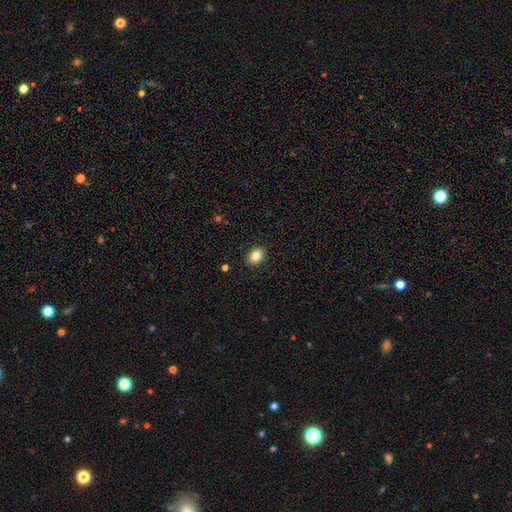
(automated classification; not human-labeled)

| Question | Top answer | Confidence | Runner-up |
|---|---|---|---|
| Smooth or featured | smooth | 85% | star or artifact (9%) |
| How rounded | in between | 75% | round (24%) |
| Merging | none | 89% | minor disturbance (8%) |